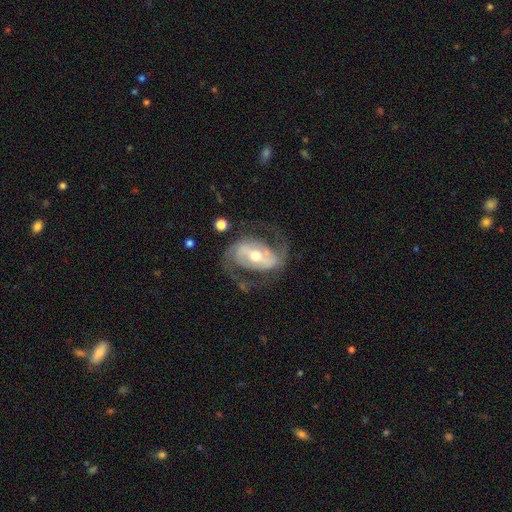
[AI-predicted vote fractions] Smooth or featured? featured or disk (89%)
Edge-on disk? no (97%)
Bar? strong (54%)
Spiral arms? yes (94%)
Spiral winding? medium (54%)
Spiral arm count? 2 (92%)
Bulge size? moderate (65%)
Merging? none (72%)